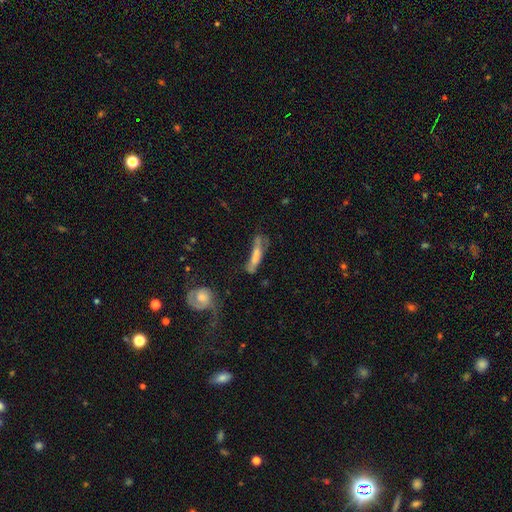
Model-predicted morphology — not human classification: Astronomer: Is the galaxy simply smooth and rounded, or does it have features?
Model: smooth — 63%.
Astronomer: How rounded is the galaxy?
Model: cigar-shaped — 77%.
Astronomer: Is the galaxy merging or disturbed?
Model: none — 41% (runner-up: minor disturbance, 28%).